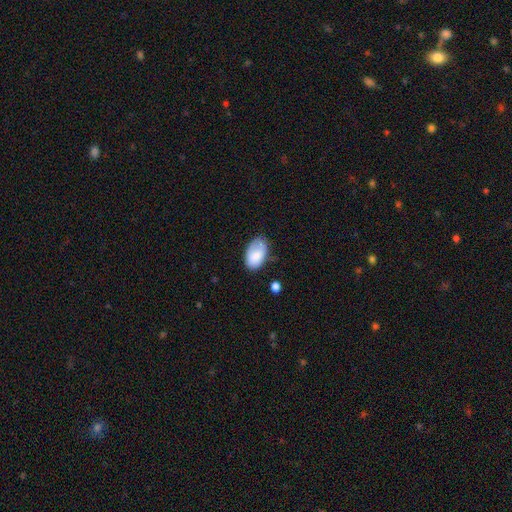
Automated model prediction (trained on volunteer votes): The model was most divided on "merging": none: 58%, minor disturbance: 31%, major disturbance: 8%, merger: 3%. More confident: how rounded — in between (93%); smooth or featured — smooth (81%).